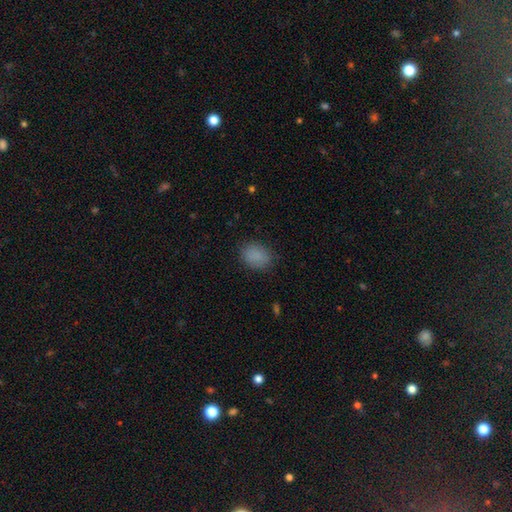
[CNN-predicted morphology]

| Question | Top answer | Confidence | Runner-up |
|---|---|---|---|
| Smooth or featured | smooth | 86% | star or artifact (9%) |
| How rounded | in between | 61% | round (38%) |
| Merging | none | 81% | minor disturbance (14%) |